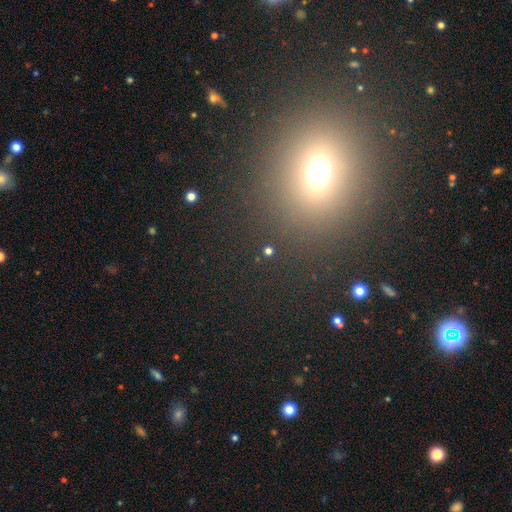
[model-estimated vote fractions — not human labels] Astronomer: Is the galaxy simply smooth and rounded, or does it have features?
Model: smooth — 50% (runner-up: star or artifact, 38%).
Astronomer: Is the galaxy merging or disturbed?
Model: none — 88%.